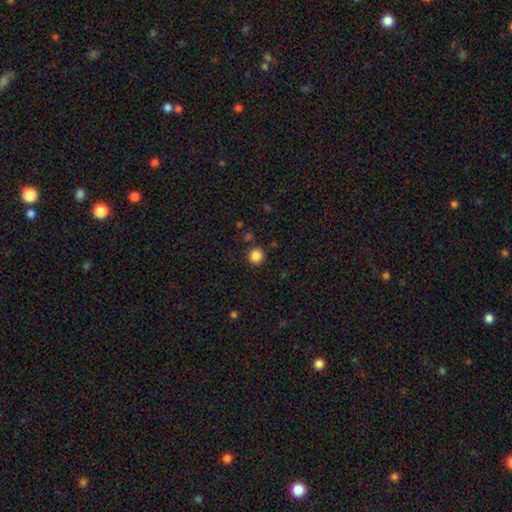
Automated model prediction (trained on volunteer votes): A smooth galaxy with no disk features (86%) that is round (92%).

Vote fractions:
- Smooth or featured? smooth: 86% / star or artifact: 11% / featured or disk: 3%
- How rounded? round: 92% / in between: 7% / cigar-shaped: 1%
- Merging? none: 90% / minor disturbance: 6% / merger: 2% / major disturbance: 2%